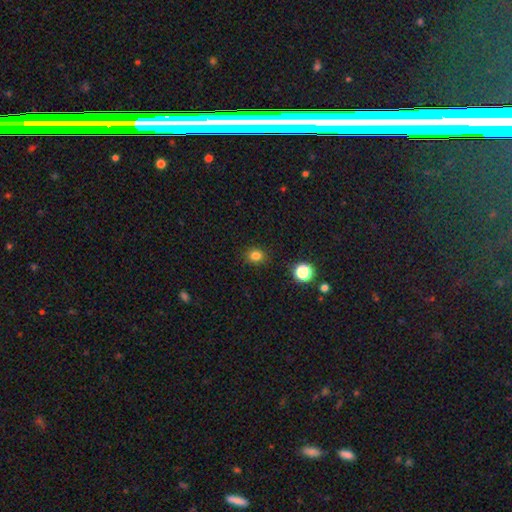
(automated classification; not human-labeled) The model was most divided on "how rounded": round: 71%, in between: 28%, cigar-shaped: 1%. More confident: merging — none (88%); smooth or featured — smooth (81%).